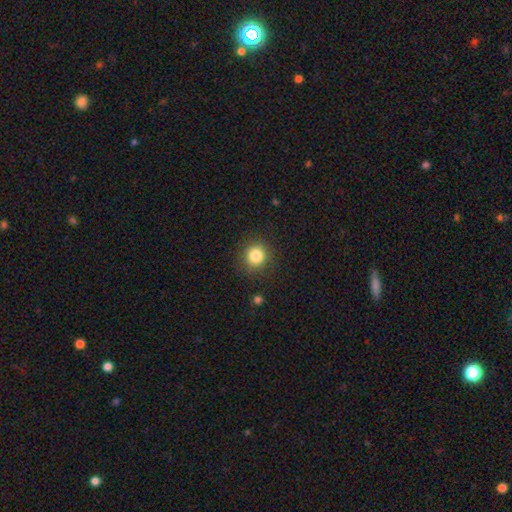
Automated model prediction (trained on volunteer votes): smooth-or-featured: smooth: 83% | star or artifact: 12% | featured or disk: 5%
  how-rounded: round: 92% | in between: 7% | cigar-shaped: 1%
  merging: none: 88% | minor disturbance: 8% | major disturbance: 3% | merger: 1%